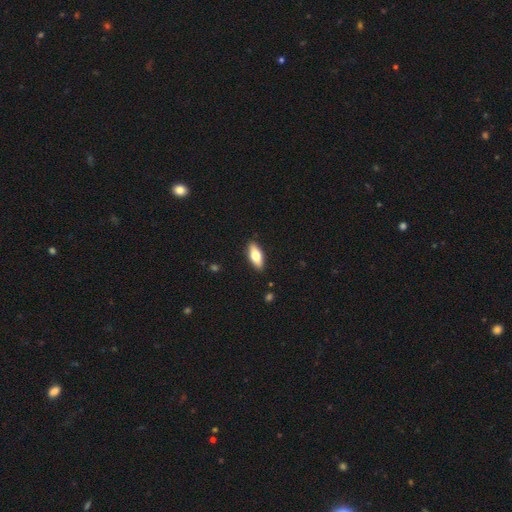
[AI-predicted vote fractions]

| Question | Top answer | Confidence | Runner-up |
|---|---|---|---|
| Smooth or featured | smooth | 67% | featured or disk (28%) |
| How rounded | in between | 74% | cigar-shaped (24%) |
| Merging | none | 89% | minor disturbance (8%) |